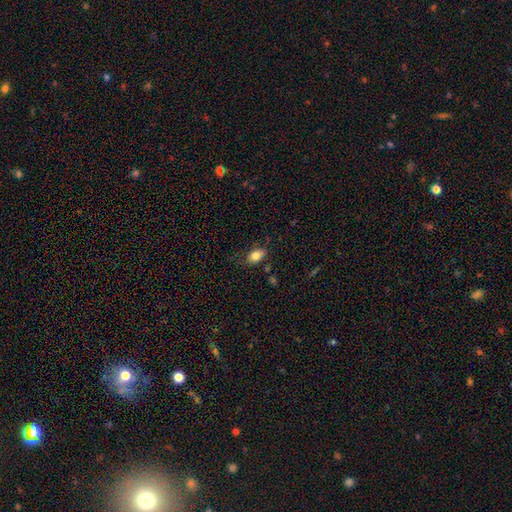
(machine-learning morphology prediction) smooth-or-featured: smooth: 82% | featured or disk: 10% | star or artifact: 9%
  how-rounded: in between: 87% | round: 11% | cigar-shaped: 2%
  merging: none: 75% | minor disturbance: 18% | major disturbance: 4% | merger: 3%